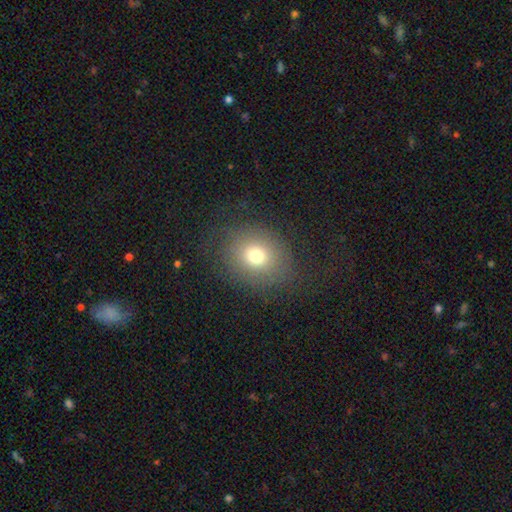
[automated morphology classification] A smooth galaxy with no disk features (71%) that is round (71%). Merging: none (78%).